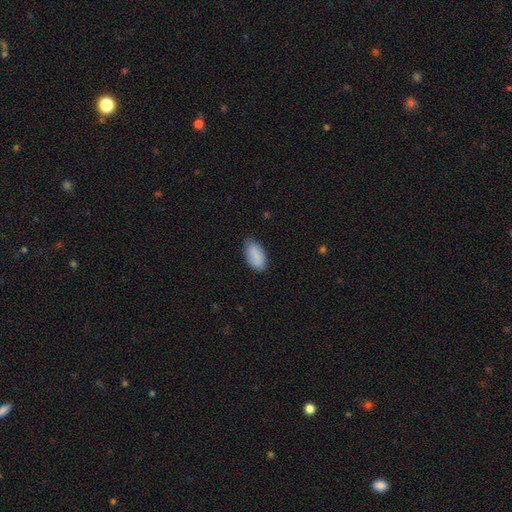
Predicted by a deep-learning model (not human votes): smooth 86%, featured or disk 8%, star or artifact 6%. Down the decision tree: how rounded — in between (94%); merging — none (78%).